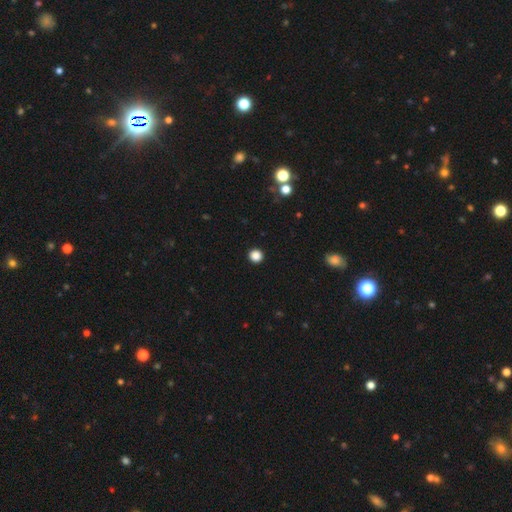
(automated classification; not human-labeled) A smooth galaxy with no disk features (86%) that is round (95%).

Vote fractions:
- Smooth or featured? smooth: 86% / star or artifact: 12% / featured or disk: 3%
- How rounded? round: 95% / in between: 4% / cigar-shaped: 1%
- Merging? none: 94% / minor disturbance: 4% / major disturbance: 2% / merger: 1%